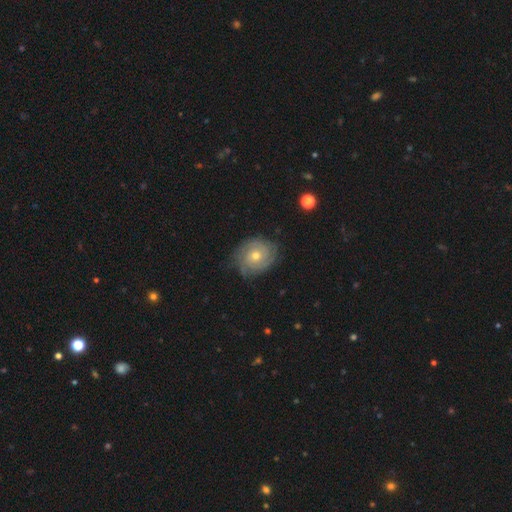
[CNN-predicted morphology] type=featured or disk (79%); edge-on=no (97%); bar=no (81%); spiral arms=yes (94%); winding=tight (76%); arm count=can't tell (32%); bulge=moderate (57%); merging=none (75%).